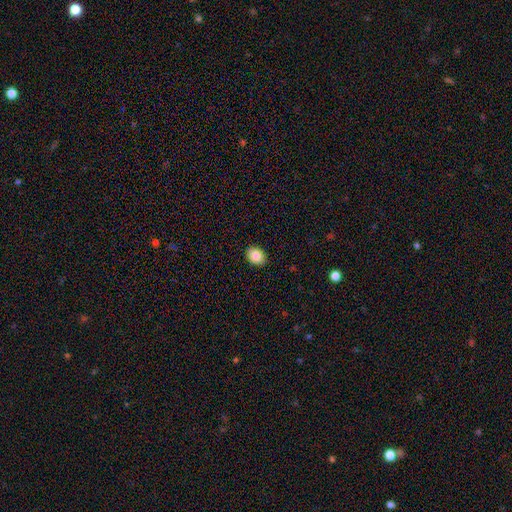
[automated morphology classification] type=smooth (86%); roundness=in between (58%); merging=none (90%).